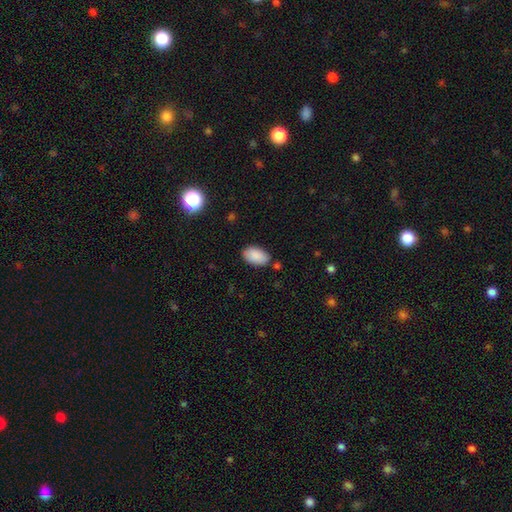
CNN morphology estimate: Smooth or featured?
  - smooth: 89% *
  - star or artifact: 7%
  - featured or disk: 4%
How rounded?
  - in between: 94% *
  - round: 4%
  - cigar-shaped: 1%
Merging?
  - none: 81% *
  - minor disturbance: 13%
  - merger: 3%
  - major disturbance: 3%